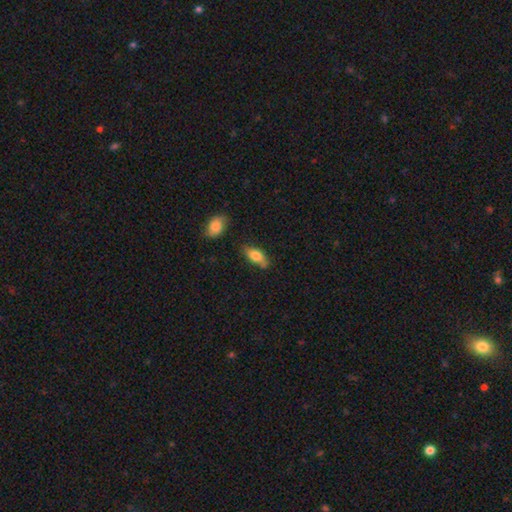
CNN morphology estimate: smooth-or-featured: smooth: 77% | featured or disk: 16% | star or artifact: 7%
  how-rounded: in between: 81% | cigar-shaped: 15% | round: 4%
  merging: none: 67% | minor disturbance: 25% | major disturbance: 5% | merger: 4%